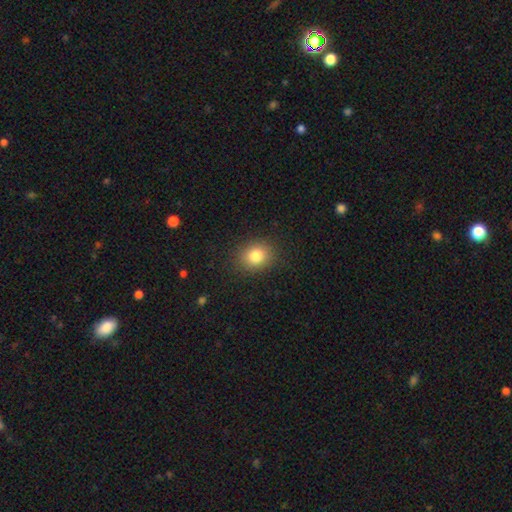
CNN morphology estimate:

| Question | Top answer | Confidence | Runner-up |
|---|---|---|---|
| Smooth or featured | smooth | 82% | star or artifact (11%) |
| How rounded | round | 65% | in between (34%) |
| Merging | none | 88% | minor disturbance (8%) |